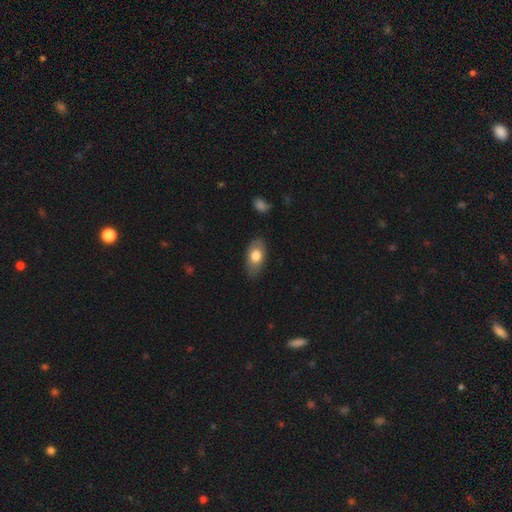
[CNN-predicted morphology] smooth-or-featured: smooth: 73% | featured or disk: 21% | star or artifact: 6%
  how-rounded: in between: 92% | round: 5% | cigar-shaped: 3%
  merging: none: 79% | minor disturbance: 16% | major disturbance: 3% | merger: 1%